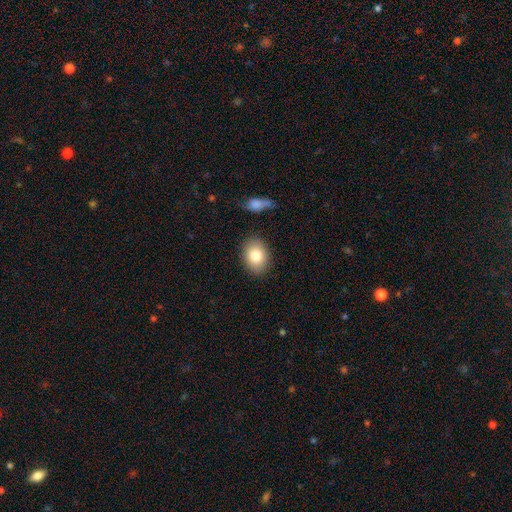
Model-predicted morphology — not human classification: Smooth or featured? smooth (82%)
How rounded? in between (66%)
Merging? none (86%)